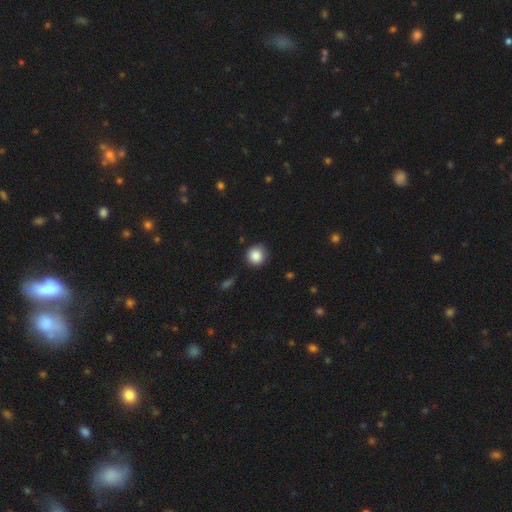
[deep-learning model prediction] Overall: smooth (86%). How rounded: round (91%). Merging: none (82%).